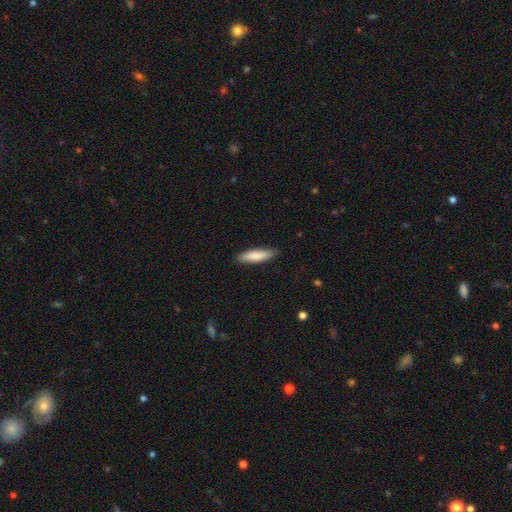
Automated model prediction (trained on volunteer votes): This appears to be a smooth galaxy with no disk features (85%) that is cigar-shaped (68%). Merging: none (85%).